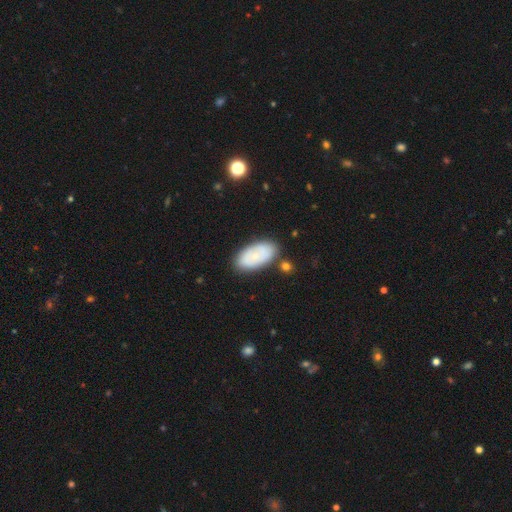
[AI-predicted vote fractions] A smooth galaxy with no disk features (67%) that is in between round and cigar-shaped (94%). Merging: none (77%).